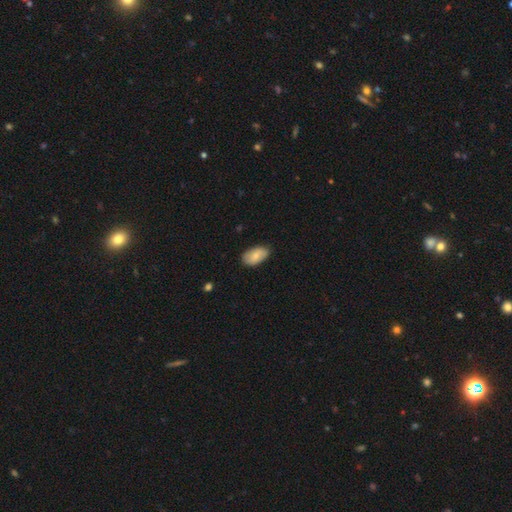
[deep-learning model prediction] A smooth galaxy with no disk features (75%) that is in between round and cigar-shaped (94%). Merging: none (81%).